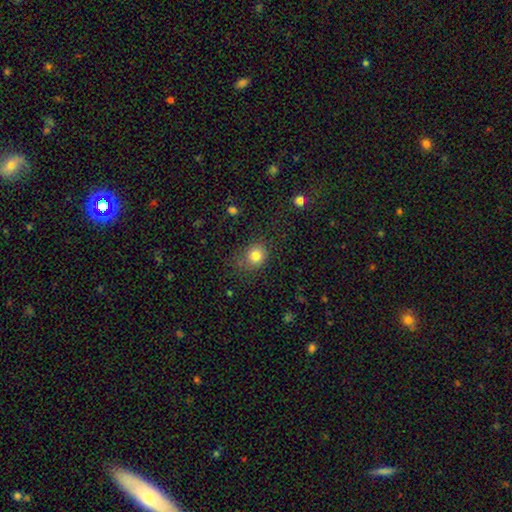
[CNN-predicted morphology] Smooth or featured? Predicted: smooth (p=0.82). How rounded? Predicted: round (p=0.73). Merging? Predicted: none (p=0.71).